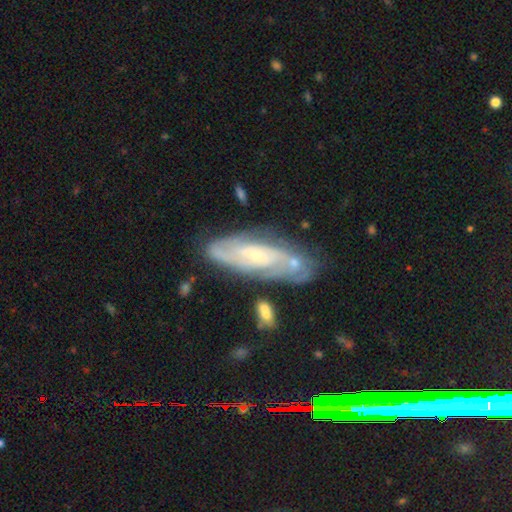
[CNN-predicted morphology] smooth_or_featured: featured or disk (p=0.77) [alt: smooth p=0.16]
disk_edge_on: no (p=0.86) [alt: yes p=0.14]
bar: no (p=0.50) [alt: weak p=0.38]
has_spiral_arms: yes (p=0.92) [alt: no p=0.08]
spiral_winding: tight (p=0.53) [alt: medium p=0.37]
spiral_arm_count: 2 (p=0.44) [alt: can't tell p=0.33]
bulge_size: small (p=0.59) [alt: moderate p=0.25]
merging: none (p=0.69) [alt: minor disturbance p=0.18]